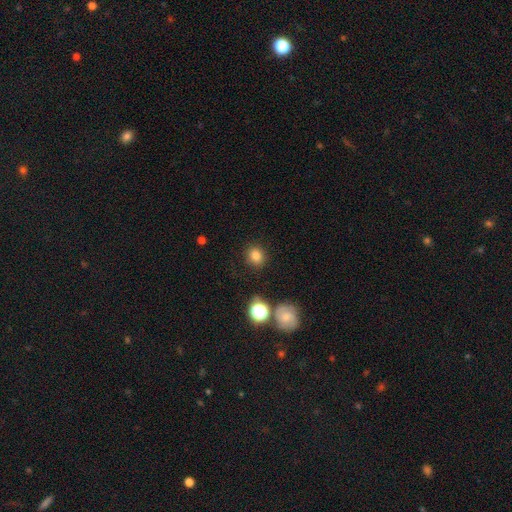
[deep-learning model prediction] Smooth or featured: smooth — 81% (star or artifact — 13%)
How rounded: round — 75% (in between — 24%)
Merging: none — 86% (minor disturbance — 9%)